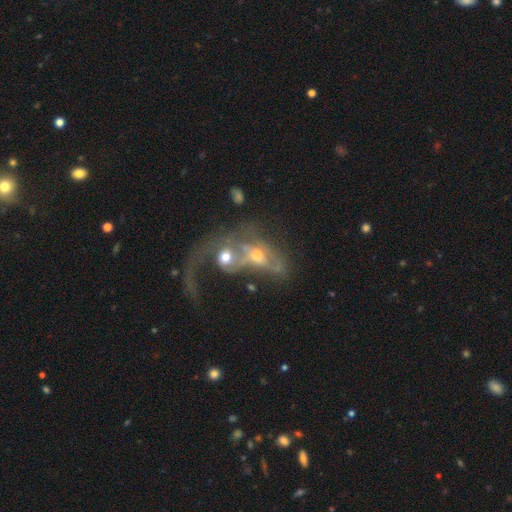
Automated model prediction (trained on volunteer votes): The model was most divided on "spiral arms": yes: 54%, no: 46%. More confident: edge-on disk — no (92%); merging — merger (75%); bar — no (70%); smooth or featured — featured or disk (62%); bulge size — moderate (58%).